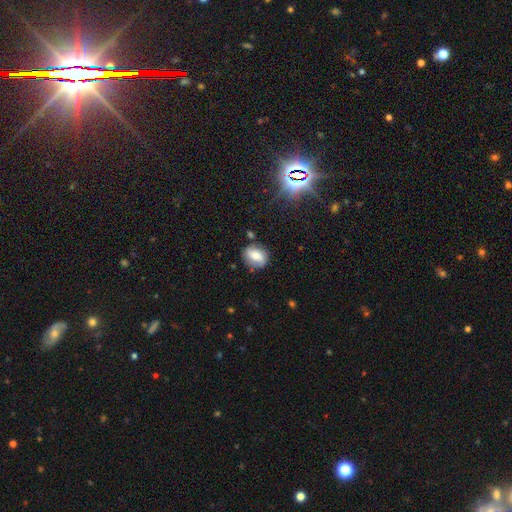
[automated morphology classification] A smooth galaxy with no disk features (54%) that is round (50%).

Vote fractions:
- Smooth or featured? smooth: 54% / featured or disk: 36% / star or artifact: 10%
- How rounded? round: 50% / in between: 49% / cigar-shaped: 2%
- Merging? none: 77% / minor disturbance: 16% / major disturbance: 4% / merger: 4%